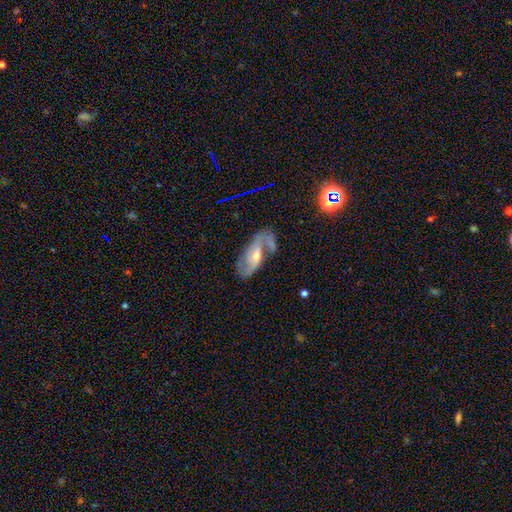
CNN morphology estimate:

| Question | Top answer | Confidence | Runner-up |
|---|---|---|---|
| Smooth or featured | featured or disk | 76% | smooth (15%) |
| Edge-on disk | no | 92% | yes (8%) |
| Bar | weak | 43% | no (38%) |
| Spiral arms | yes | 90% | no (10%) |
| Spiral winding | medium | 47% | loose (29%) |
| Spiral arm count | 2 | 80% | can't tell (10%) |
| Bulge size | moderate | 49% | small (43%) |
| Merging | none | 56% | minor disturbance (20%) |